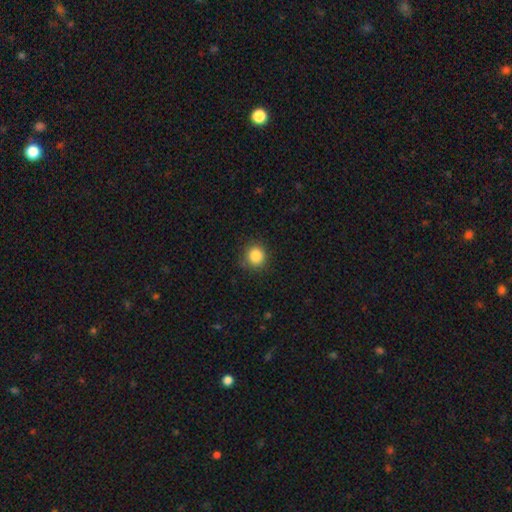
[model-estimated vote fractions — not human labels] A smooth galaxy with no disk features (86%) that is round (90%). Merging: none (86%).